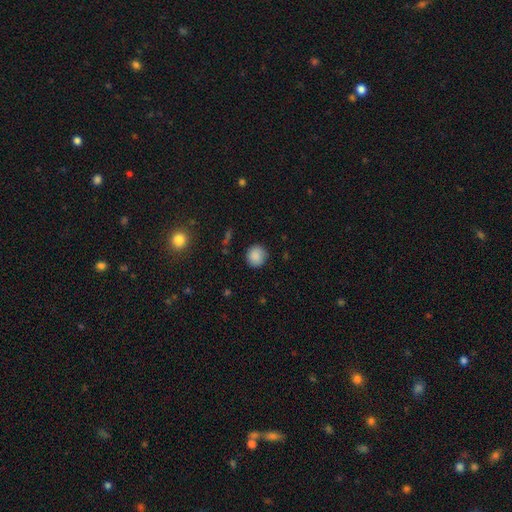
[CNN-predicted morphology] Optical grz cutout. It shows a smooth galaxy with no disk features (87%) that is round (89%). Merging: none (86%).